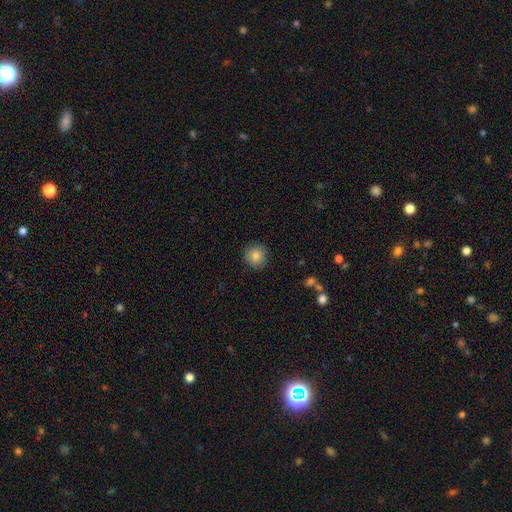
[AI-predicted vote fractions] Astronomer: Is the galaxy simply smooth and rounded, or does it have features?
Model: smooth — 84%.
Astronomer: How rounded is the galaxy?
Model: round — 94%.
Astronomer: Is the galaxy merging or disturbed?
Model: none — 90%.